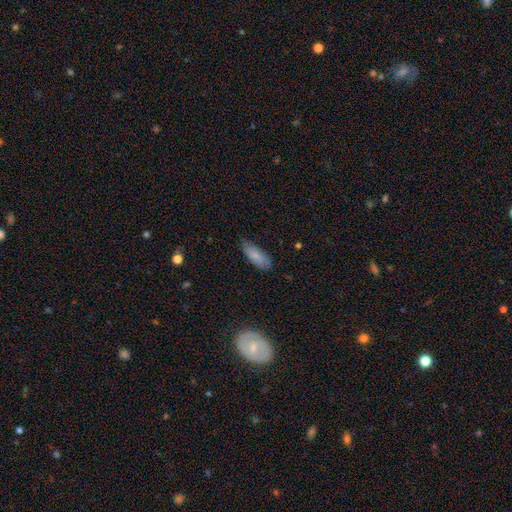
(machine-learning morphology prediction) Q: Smooth or featured?
A: smooth (83%); runner-up: featured or disk (11%)
Q: How rounded?
A: in between (75%); runner-up: cigar-shaped (23%)
Q: Merging?
A: none (71%); runner-up: minor disturbance (23%)